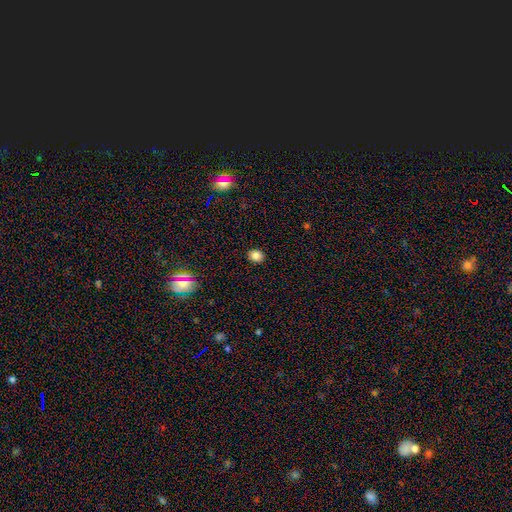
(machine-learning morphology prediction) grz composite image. It shows a smooth galaxy with no disk features (82%) that is round (63%). Merging: none (90%).